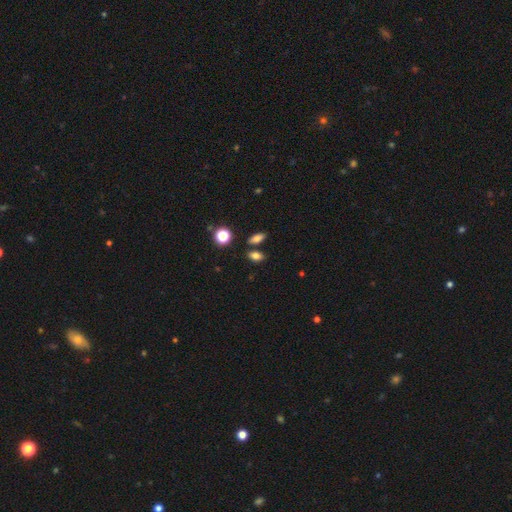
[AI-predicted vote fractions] smooth 78%, star or artifact 12%, featured or disk 10%. Down the decision tree: how rounded — in between (80%); merging — none (75%).